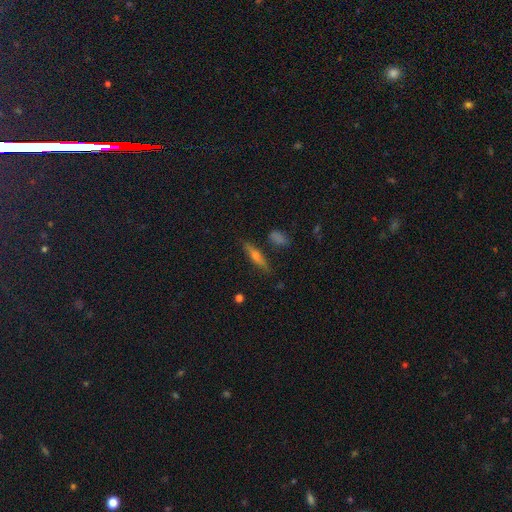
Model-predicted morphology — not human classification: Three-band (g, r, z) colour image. It shows a featured or disk galaxy (52%) viewed edge-on (92%). Merging: none (83%).